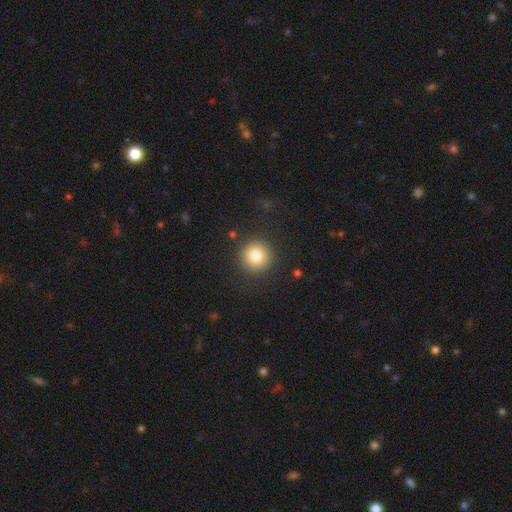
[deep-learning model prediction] Overall: smooth (82%). How rounded: round (95%). Merging: none (89%).